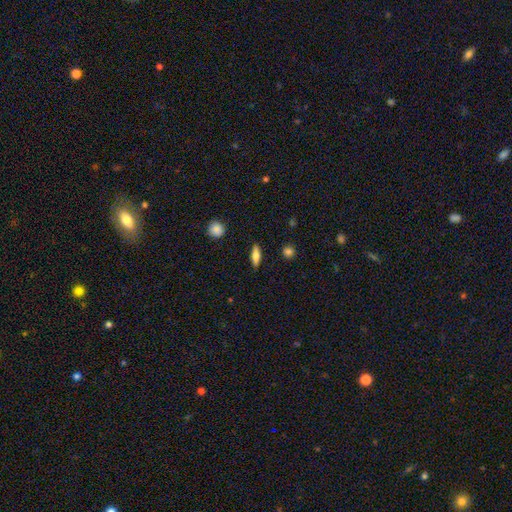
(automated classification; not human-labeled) The model was most divided on "how rounded": in between: 54%, cigar-shaped: 42%, round: 4%. More confident: merging — none (88%); smooth or featured — smooth (68%).